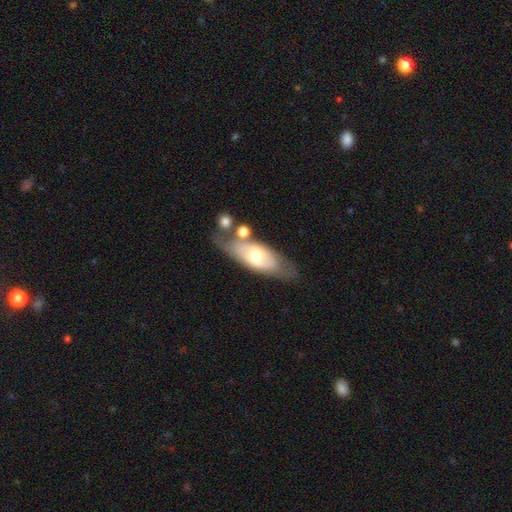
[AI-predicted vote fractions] This appears to be a featured or disk galaxy (49%). Merging: none (60%).